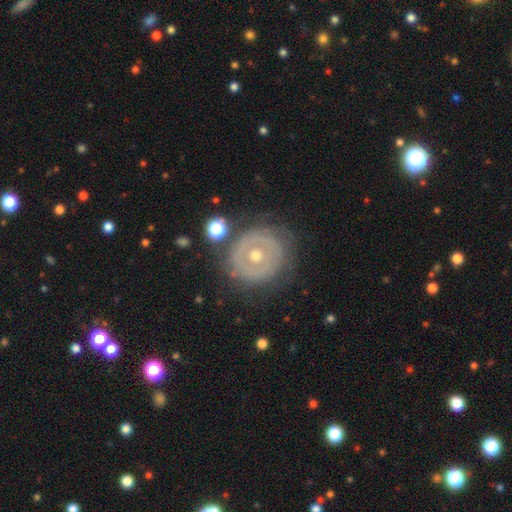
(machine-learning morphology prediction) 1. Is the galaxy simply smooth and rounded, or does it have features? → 68% featured or disk, 26% smooth, 6% star or artifact.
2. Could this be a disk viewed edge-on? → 96% no, 4% yes.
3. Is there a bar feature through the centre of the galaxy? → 84% no, 11% weak, 4% strong.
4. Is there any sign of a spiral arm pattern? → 64% no, 36% yes.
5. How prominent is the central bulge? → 65% moderate, 30% small, 3% large, 1% none, 1% dominant.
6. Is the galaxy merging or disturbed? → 76% none, 14% minor disturbance, 7% major disturbance, 3% merger.